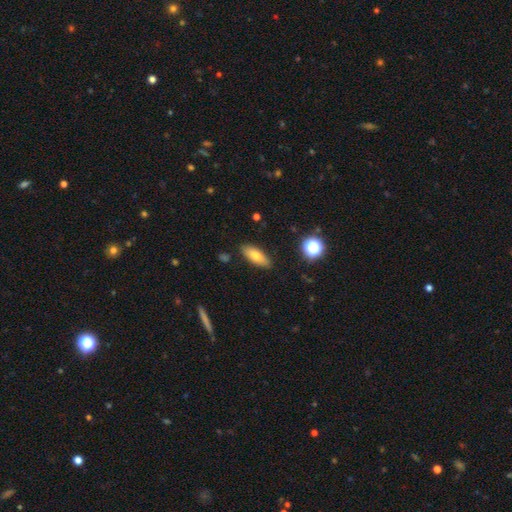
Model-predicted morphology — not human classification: Smooth or featured?
  - smooth: 73% *
  - featured or disk: 18%
  - star or artifact: 9%
How rounded?
  - in between: 72% *
  - cigar-shaped: 24%
  - round: 4%
Merging?
  - none: 87% *
  - minor disturbance: 9%
  - major disturbance: 2%
  - merger: 2%